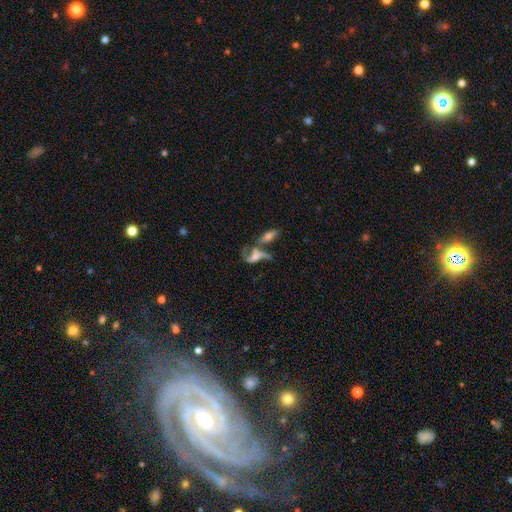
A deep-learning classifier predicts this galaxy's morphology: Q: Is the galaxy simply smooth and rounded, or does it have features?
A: featured or disk — 60%.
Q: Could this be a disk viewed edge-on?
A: no — 87%.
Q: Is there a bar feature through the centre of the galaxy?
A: no — 58%.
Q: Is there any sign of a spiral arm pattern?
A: yes — 73%.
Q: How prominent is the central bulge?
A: moderate — 29%, tied with small.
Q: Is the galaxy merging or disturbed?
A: merger — 51%.